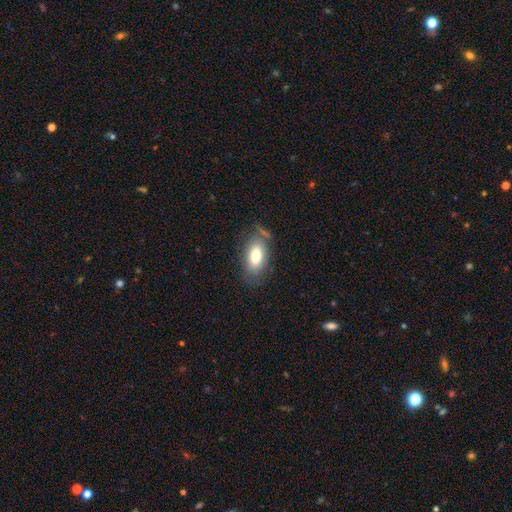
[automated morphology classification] A smooth galaxy with no disk features (77%) that is in between round and cigar-shaped (91%).

Vote fractions:
- Smooth or featured? smooth: 77% / featured or disk: 15% / star or artifact: 7%
- How rounded? in between: 91% / round: 5% / cigar-shaped: 4%
- Merging? none: 69% / minor disturbance: 19% / major disturbance: 7% / merger: 5%